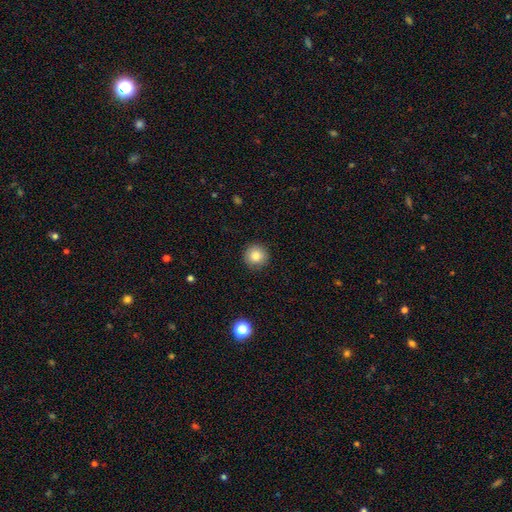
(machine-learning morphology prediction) smooth 83%, star or artifact 10%, featured or disk 7%. Down the decision tree: how rounded — round (95%); merging — none (90%).